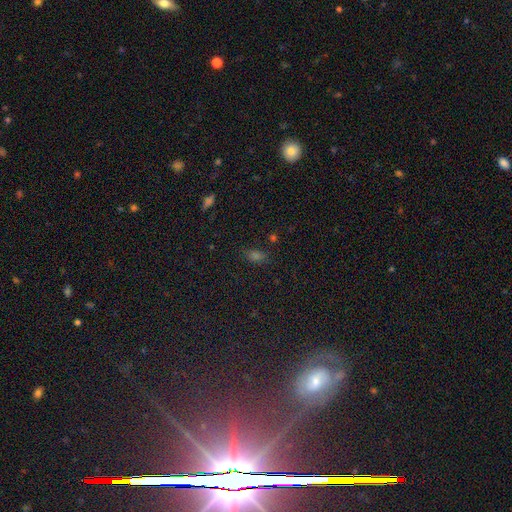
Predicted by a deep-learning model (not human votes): Morphology: type=smooth (60%); roundness=in between (81%); merging=none (79%).